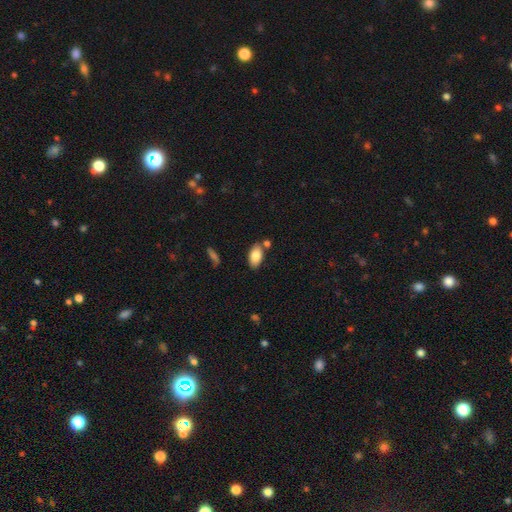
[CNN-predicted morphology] Q: Smooth or featured?
A: smooth (84%); runner-up: featured or disk (9%)
Q: How rounded?
A: in between (93%); runner-up: round (4%)
Q: Merging?
A: none (73%); runner-up: minor disturbance (13%)